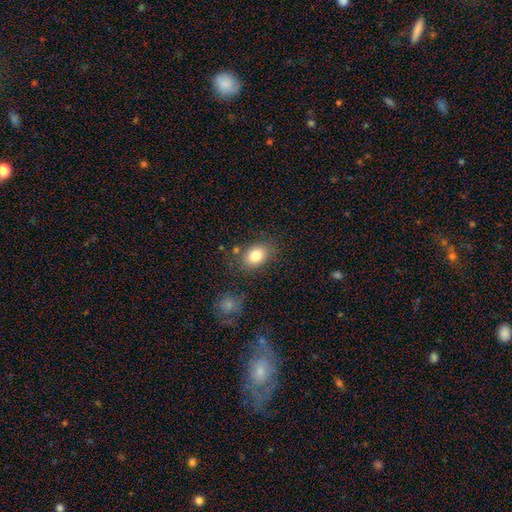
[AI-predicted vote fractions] A smooth galaxy with no disk features (83%) that is in between round and cigar-shaped (69%). Merging: none (76%).